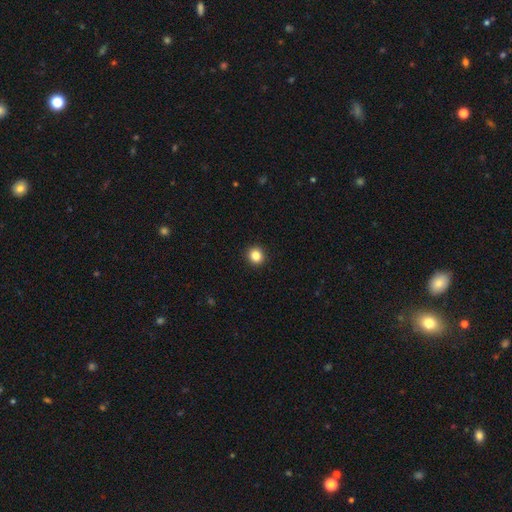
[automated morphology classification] Smooth or featured? smooth (85%)
How rounded? round (90%)
Merging? none (93%)